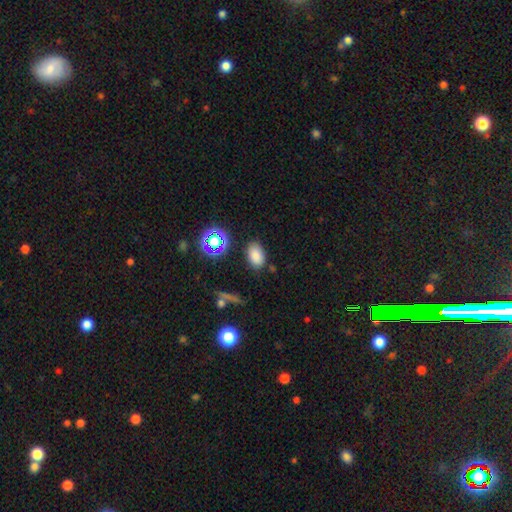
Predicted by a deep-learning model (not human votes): Morphology: type=smooth (80%); roundness=in between (88%); merging=none (82%).